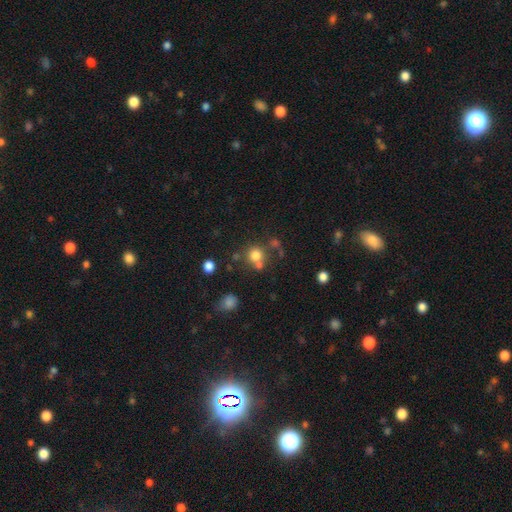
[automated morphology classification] This is likely a smooth galaxy (76%). How rounded: clearly round (90%). Merging: possibly none (60%).